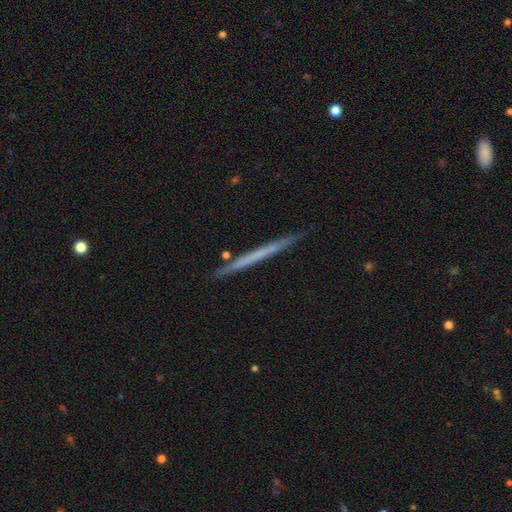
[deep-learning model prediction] A featured or disk galaxy (50%) viewed edge-on (97%). Merging: none (90%).